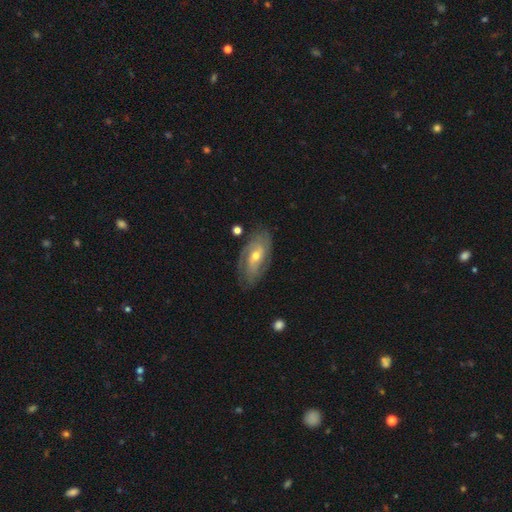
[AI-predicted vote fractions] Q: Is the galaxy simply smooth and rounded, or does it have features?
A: featured or disk — 77%.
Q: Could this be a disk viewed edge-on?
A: no — 92%.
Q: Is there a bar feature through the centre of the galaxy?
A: no — 49%.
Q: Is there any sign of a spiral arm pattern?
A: yes — 88%.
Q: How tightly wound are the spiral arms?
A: tight — 54%.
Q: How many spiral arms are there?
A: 2 — 46%.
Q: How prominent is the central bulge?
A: moderate — 54%.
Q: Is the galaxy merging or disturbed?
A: none — 75%.